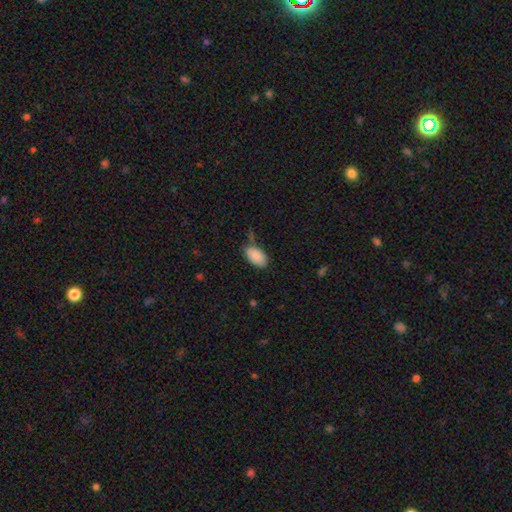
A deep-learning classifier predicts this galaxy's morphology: Smooth or featured?
  - smooth: 88% *
  - star or artifact: 7%
  - featured or disk: 5%
How rounded?
  - in between: 94% *
  - round: 4%
  - cigar-shaped: 2%
Merging?
  - none: 62% *
  - minor disturbance: 25%
  - major disturbance: 7%
  - merger: 6%